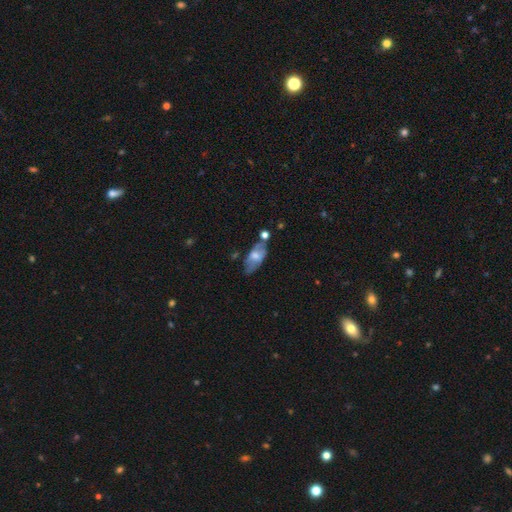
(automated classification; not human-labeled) The model was most divided on "smooth or featured": smooth: 53%, featured or disk: 40%, star or artifact: 7%. More confident: how rounded — in between (85%); merging — none (52%).